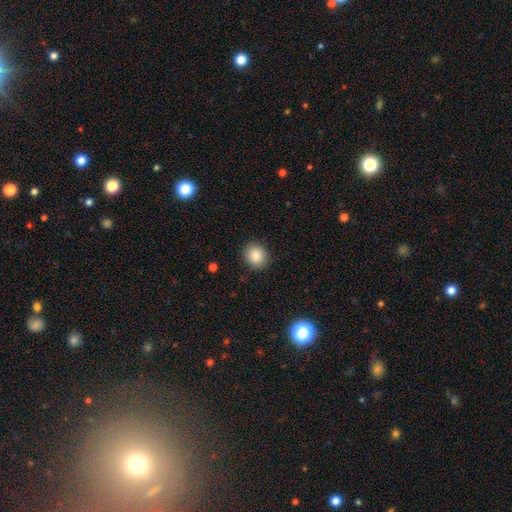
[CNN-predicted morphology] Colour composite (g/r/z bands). It shows a smooth galaxy with no disk features (87%) that is round (75%). Merging: none (89%).